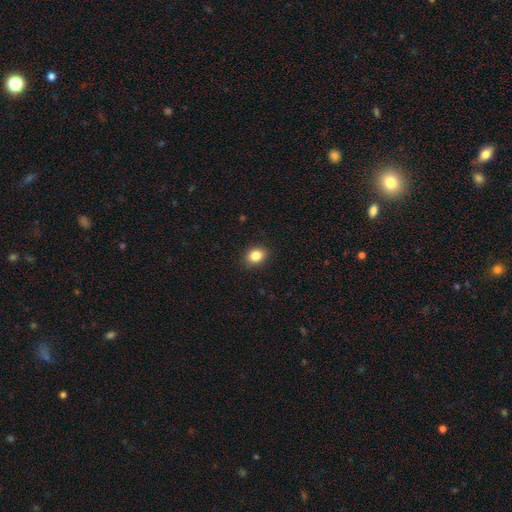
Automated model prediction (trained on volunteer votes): Smooth or featured? smooth (85%)
How rounded? in between (54%)
Merging? none (90%)